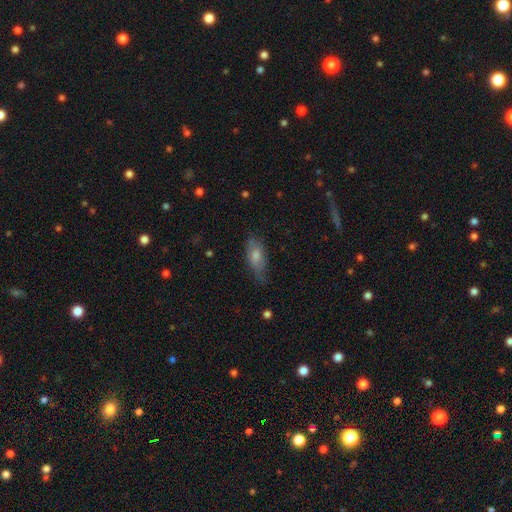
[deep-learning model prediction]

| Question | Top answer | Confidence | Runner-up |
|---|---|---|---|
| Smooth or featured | smooth | 54% | featured or disk (35%) |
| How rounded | in between | 69% | cigar-shaped (27%) |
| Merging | none | 66% | minor disturbance (26%) |